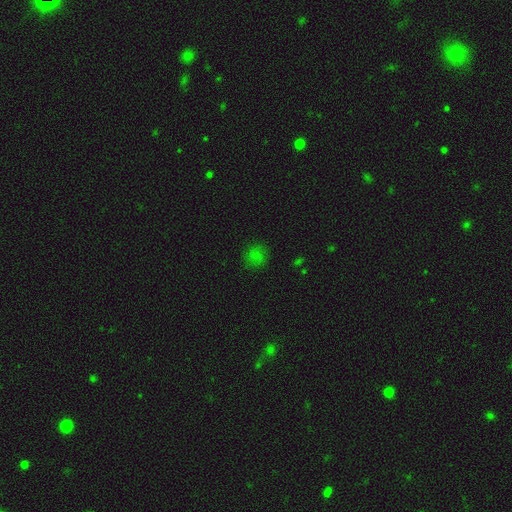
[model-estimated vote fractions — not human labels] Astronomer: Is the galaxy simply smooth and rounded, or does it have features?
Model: smooth — 74%.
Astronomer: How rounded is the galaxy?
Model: round — 84%.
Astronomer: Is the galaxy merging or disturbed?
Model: none — 82%.